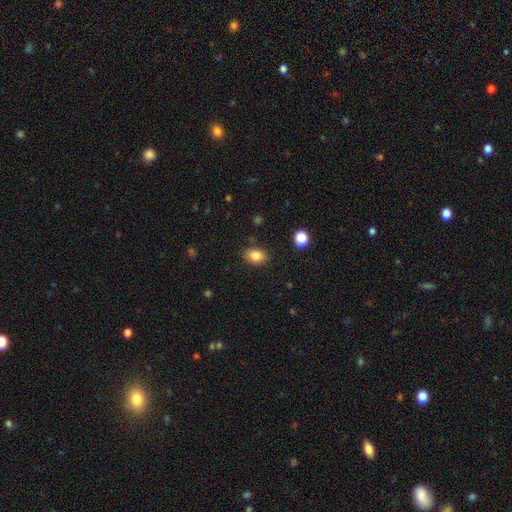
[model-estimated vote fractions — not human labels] Smooth or featured? Predicted: smooth (p=0.84). How rounded? Predicted: in between (p=0.75). Merging? Predicted: none (p=0.85).